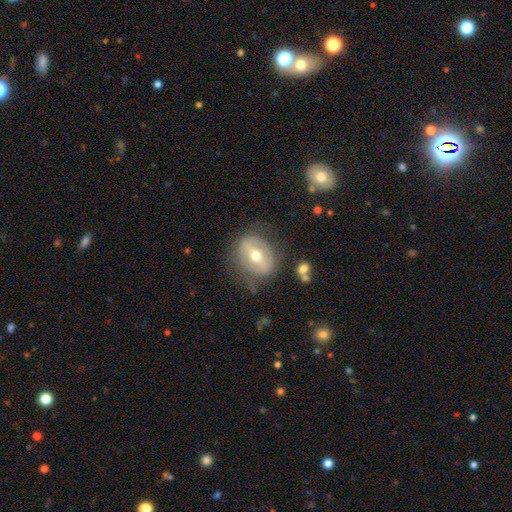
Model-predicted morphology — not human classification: Overall: featured or disk (59%; smooth 34%). Edge-on disk: no (92%). Bar: strong (47%; weak 33%). Spiral arms: no (65%; yes 35%). Bulge size: moderate (72%). Merging: none (69%).